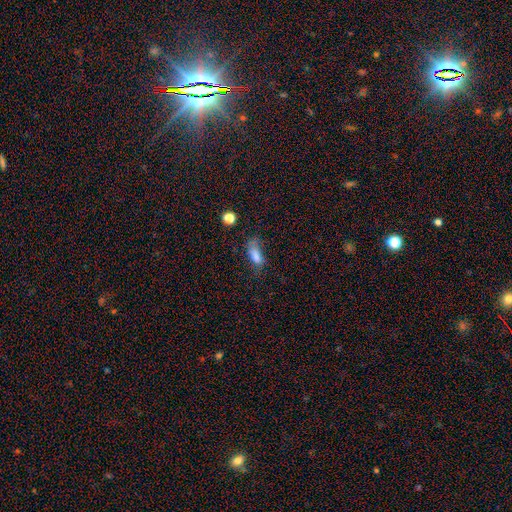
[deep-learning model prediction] Smooth or featured: smooth — 73% (star or artifact — 14%)
How rounded: in between — 78% (cigar-shaped — 17%)
Merging: none — 38% (minor disturbance — 28%)